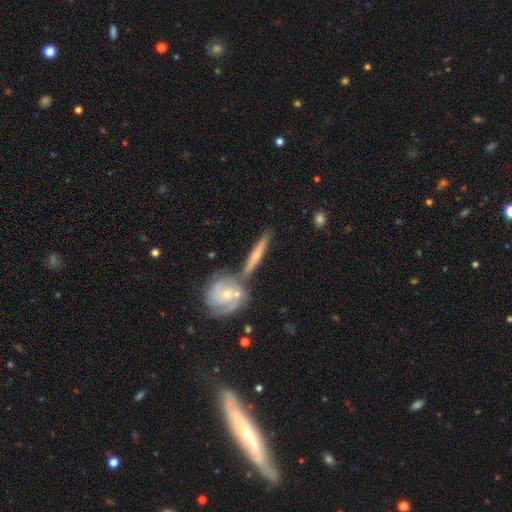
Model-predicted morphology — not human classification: Overall: featured or disk (61%; smooth 34%). Edge-on disk: yes (68%; no 32%). Merging: none (63%).